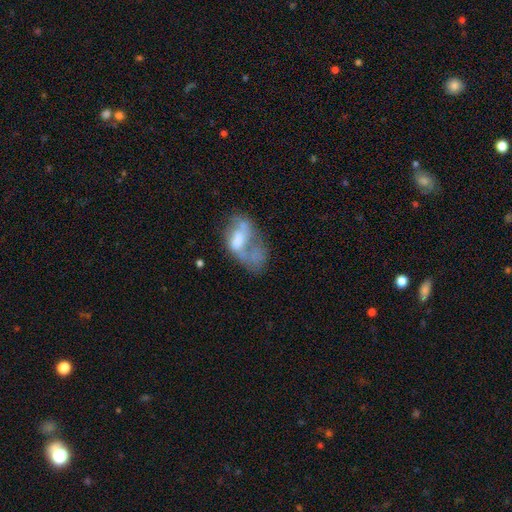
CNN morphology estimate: A featured or disk galaxy (48%).

Vote fractions:
- Smooth or featured? featured or disk: 48% / smooth: 41% / star or artifact: 11%
- Merging? major disturbance: 35% / merger: 32% / none: 19% / minor disturbance: 14%